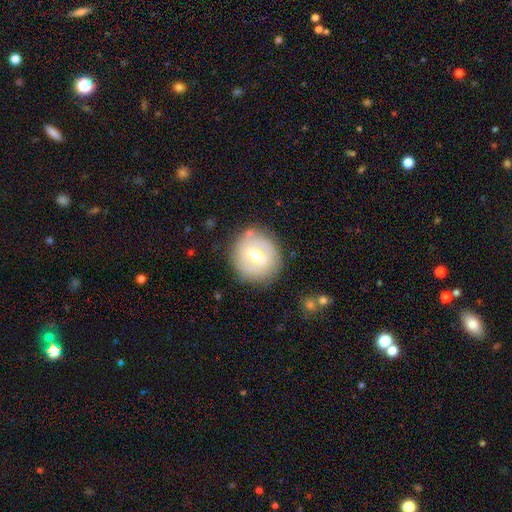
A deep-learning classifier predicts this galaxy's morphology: Smooth or featured? Predicted: featured or disk (p=0.64). Edge-on disk? Predicted: no (p=0.94). Bar? Predicted: weak (p=0.50). Spiral arms? Predicted: yes (p=0.55). Bulge size? Predicted: moderate (p=0.61). Merging? Predicted: none (p=0.80).